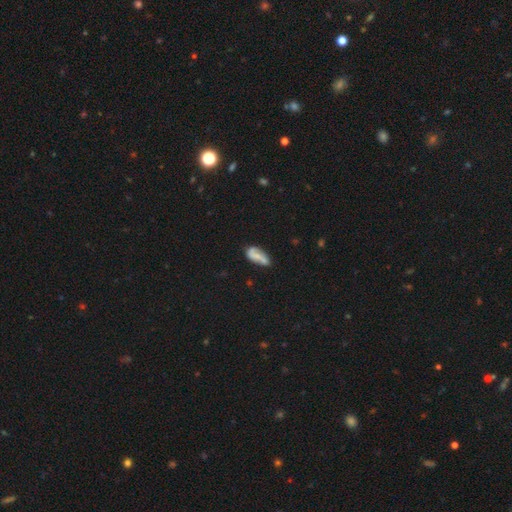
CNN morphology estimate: Overall: smooth (51%; featured or disk 40%). How rounded: in between (80%). Merging: none (48%; minor disturbance 27%).